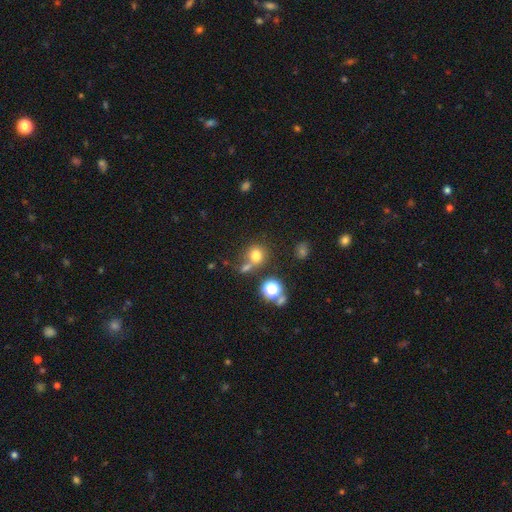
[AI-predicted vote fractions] The model was most divided on "merging": none: 57%, merger: 25%, minor disturbance: 12%, major disturbance: 6%. More confident: how rounded — round (82%); smooth or featured — smooth (72%).